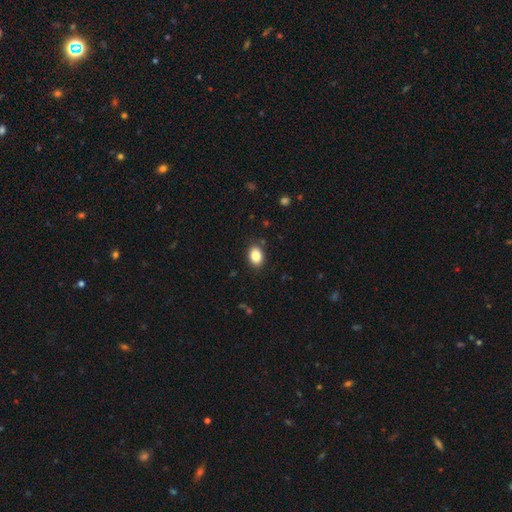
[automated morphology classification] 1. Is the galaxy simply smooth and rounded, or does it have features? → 86% smooth, 8% star or artifact, 5% featured or disk.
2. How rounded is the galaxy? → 78% in between, 20% round, 1% cigar-shaped.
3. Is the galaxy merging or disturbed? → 87% none, 9% minor disturbance, 2% major disturbance, 1% merger.